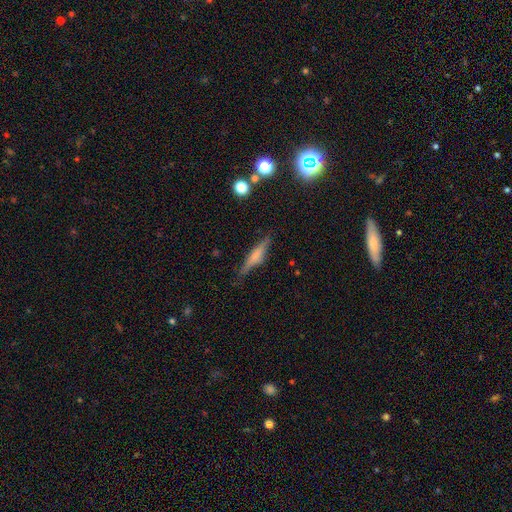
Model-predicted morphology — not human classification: type=featured or disk (47%); merging=none (80%).